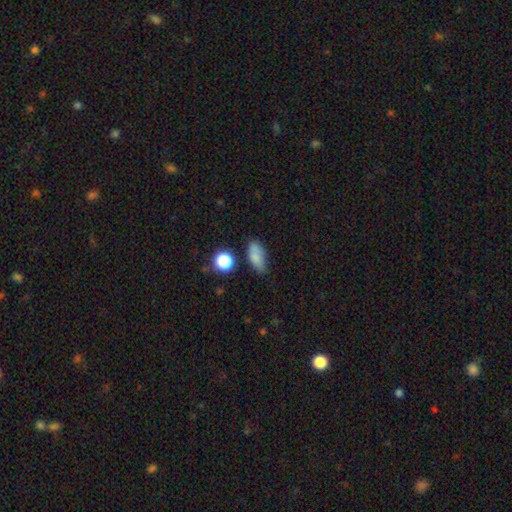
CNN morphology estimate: type=smooth (79%); roundness=in between (81%); merging=none (61%).